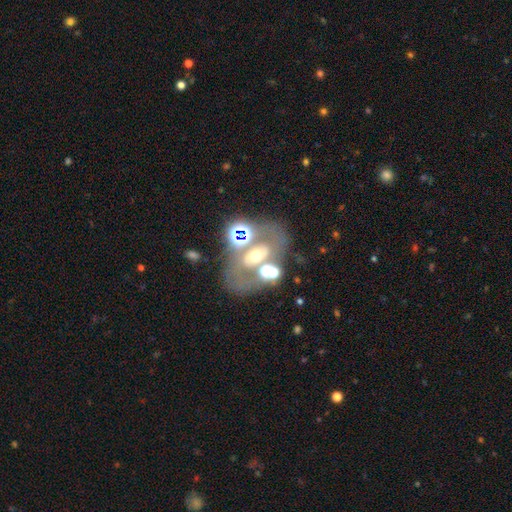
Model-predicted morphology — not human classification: Smooth or featured? Predicted: featured or disk (p=0.50). Edge-on disk? Predicted: no (p=0.93). Merging? Predicted: none (p=0.50).